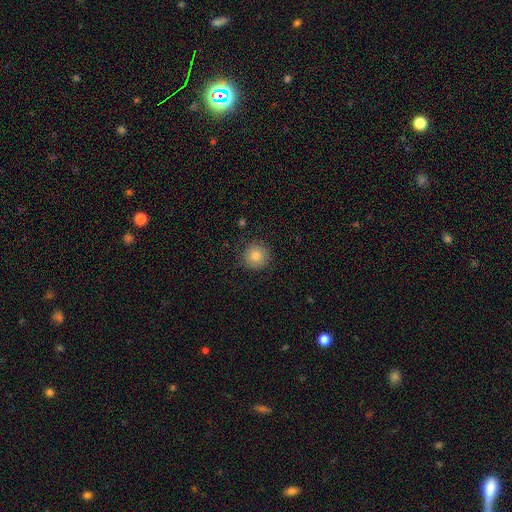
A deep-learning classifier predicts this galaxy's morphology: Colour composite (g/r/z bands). It shows a smooth galaxy with no disk features (81%) that is round (95%). Merging: none (88%).